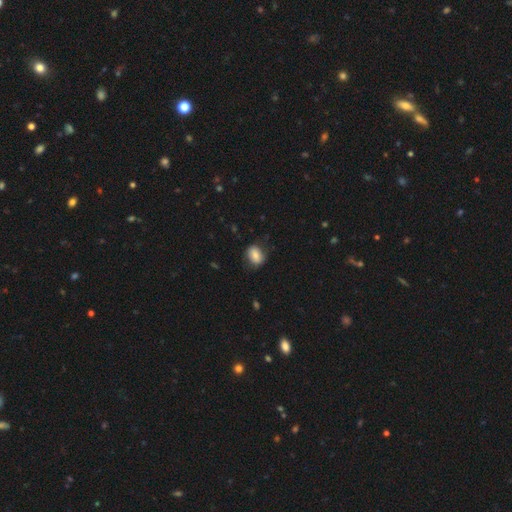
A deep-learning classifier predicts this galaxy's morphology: A smooth galaxy with no disk features (77%) that is in between round and cigar-shaped (66%). Merging: none (73%).